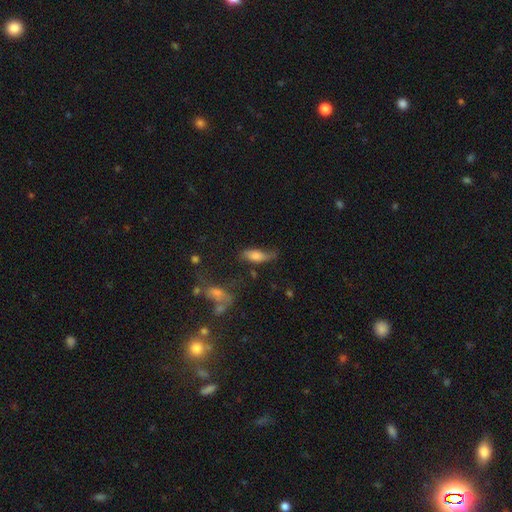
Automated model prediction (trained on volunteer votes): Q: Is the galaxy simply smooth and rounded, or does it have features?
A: smooth — 65%.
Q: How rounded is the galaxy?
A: in between — 69%.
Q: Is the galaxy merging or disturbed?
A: none — 44%.